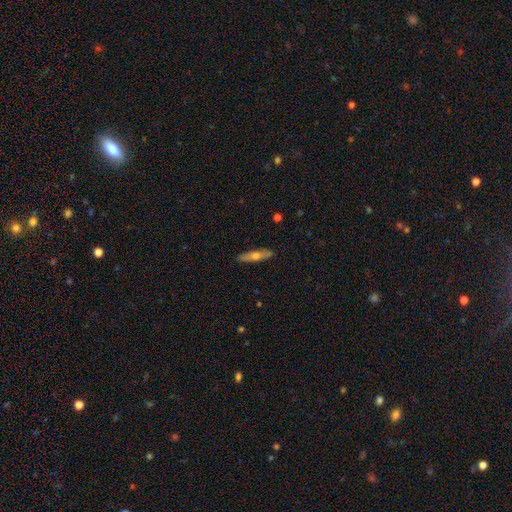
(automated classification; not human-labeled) smooth-or-featured: featured or disk: 50% | smooth: 44% | star or artifact: 7%
  merging: none: 88% | minor disturbance: 9% | major disturbance: 2% | merger: 1%